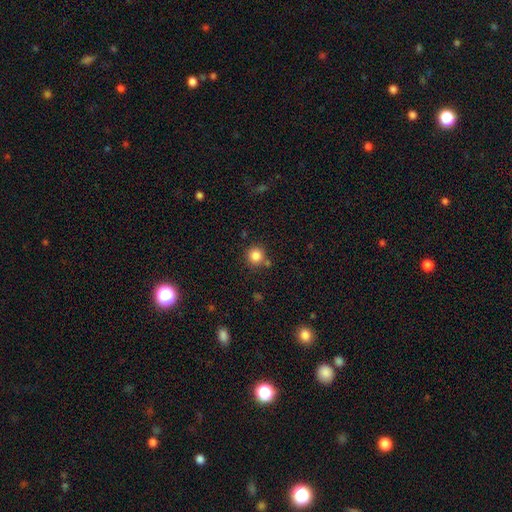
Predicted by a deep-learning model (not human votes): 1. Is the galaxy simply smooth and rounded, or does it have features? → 84% smooth, 11% star or artifact, 5% featured or disk.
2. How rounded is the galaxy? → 93% round, 6% in between, 1% cigar-shaped.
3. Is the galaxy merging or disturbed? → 77% none, 10% minor disturbance, 10% merger, 3% major disturbance.